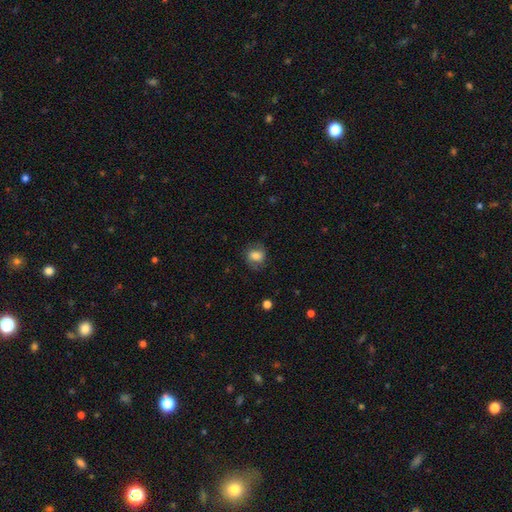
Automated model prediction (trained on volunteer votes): The model was most divided on "how rounded": round: 58%, in between: 41%, cigar-shaped: 1%. More confident: merging — none (72%); smooth or featured — smooth (70%).